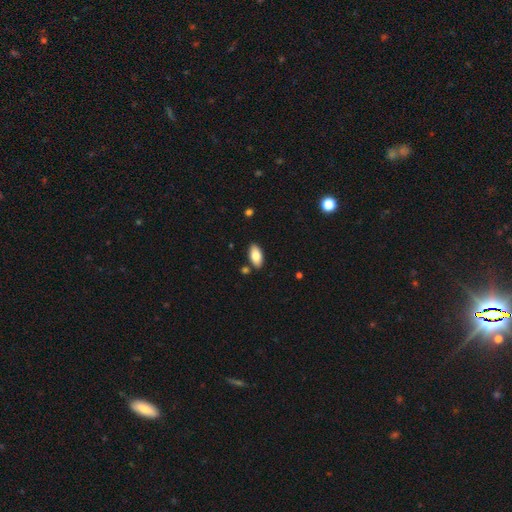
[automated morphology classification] Smooth or featured: smooth — 82% (featured or disk — 12%)
How rounded: in between — 93% (cigar-shaped — 5%)
Merging: none — 85% (minor disturbance — 9%)